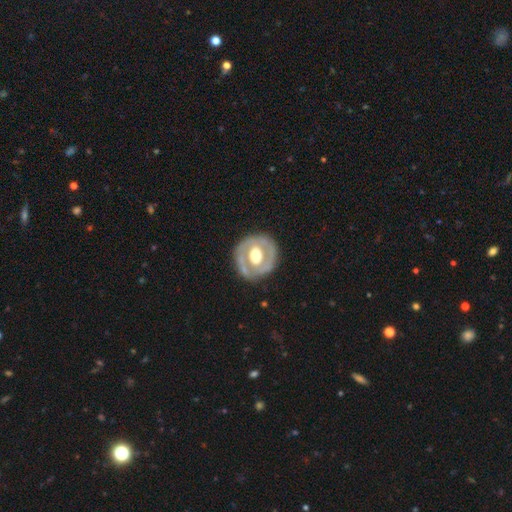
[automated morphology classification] A featured or disk galaxy (65%) with no bar (60%), no spiral arms (75%) and a moderate central bulge (58%).

Vote fractions:
- Smooth or featured? featured or disk: 65% / smooth: 30% / star or artifact: 5%
- Edge-on disk? no: 95% / yes: 5%
- Bar? no: 60% / weak: 26% / strong: 13%
- Spiral arms? no: 75% / yes: 25%
- Bulge size? moderate: 58% / large: 34% / small: 4% / dominant: 2% / none: 1%
- Merging? none: 77% / minor disturbance: 15% / major disturbance: 6% / merger: 2%